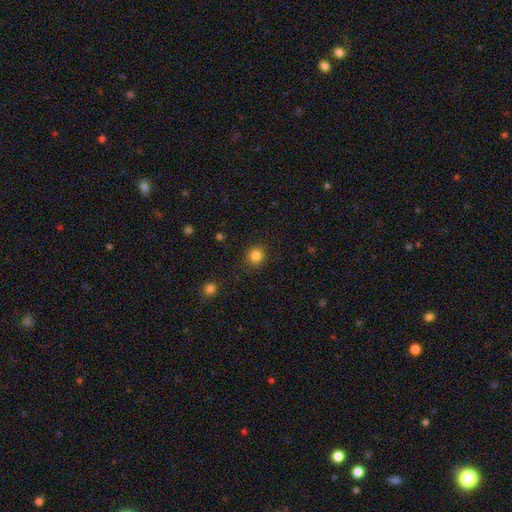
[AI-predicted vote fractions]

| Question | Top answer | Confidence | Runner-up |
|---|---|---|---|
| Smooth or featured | smooth | 84% | star or artifact (12%) |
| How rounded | round | 90% | in between (10%) |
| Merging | none | 89% | minor disturbance (7%) |